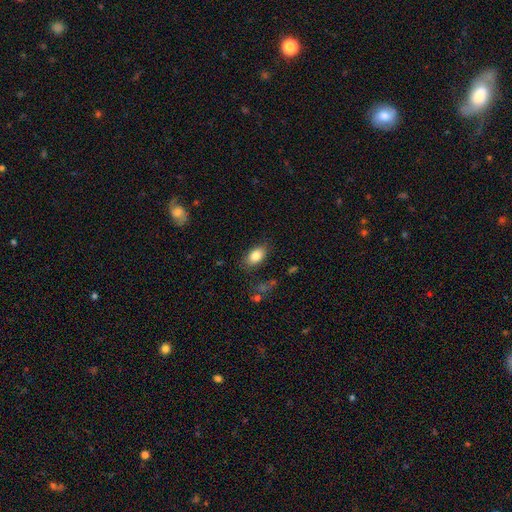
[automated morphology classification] Q: Smooth or featured?
A: smooth (84%); runner-up: featured or disk (8%)
Q: How rounded?
A: in between (89%); runner-up: round (9%)
Q: Merging?
A: none (80%); runner-up: minor disturbance (14%)